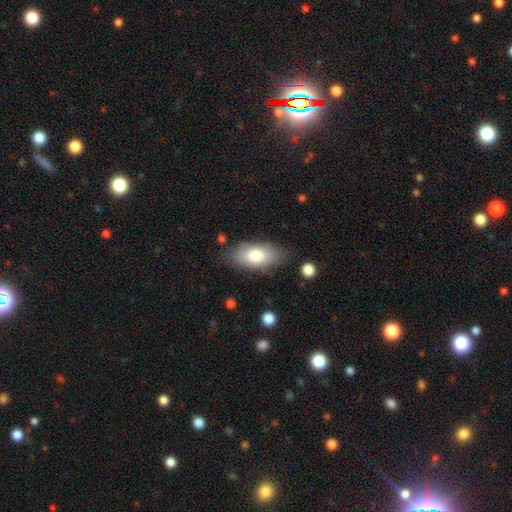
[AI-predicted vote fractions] smooth-or-featured: smooth: 78% | featured or disk: 16% | star or artifact: 7%
  how-rounded: in between: 90% | cigar-shaped: 7% | round: 4%
  merging: none: 78% | minor disturbance: 15% | major disturbance: 4% | merger: 2%